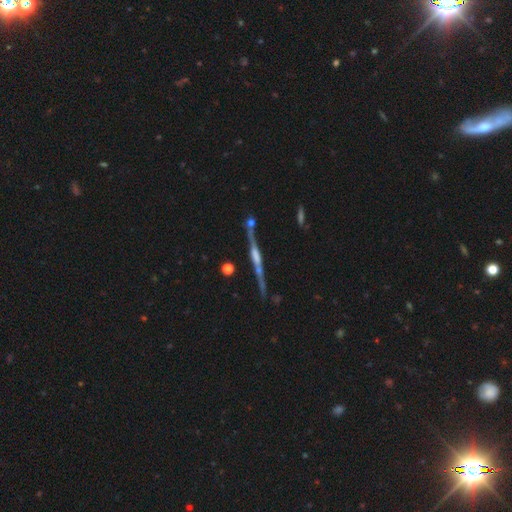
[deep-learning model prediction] Morphology: type=featured or disk (83%); edge-on=yes (97%); edge-on bulge=rounded (54%); merging=none (77%).